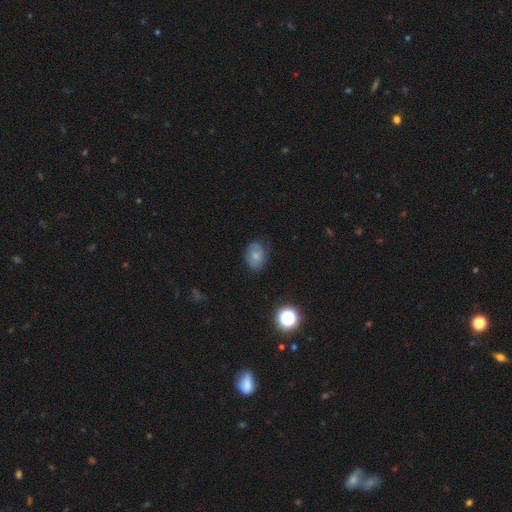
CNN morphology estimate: smooth_or_featured: smooth (p=0.69) [alt: featured or disk p=0.20]
how_rounded: in between (p=0.69) [alt: round p=0.30]
merging: none (p=0.70) [alt: minor disturbance p=0.23]